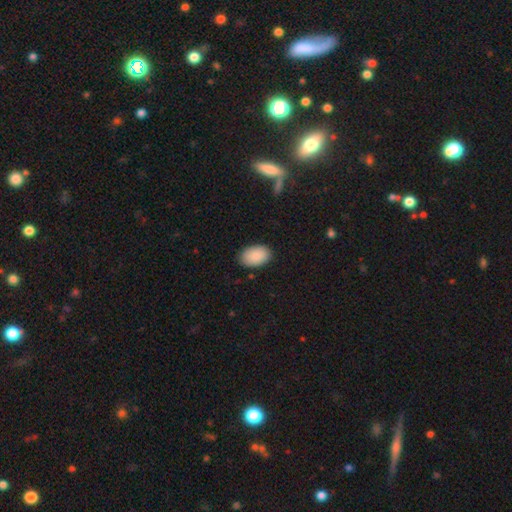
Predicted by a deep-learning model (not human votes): Smooth or featured: smooth — 90% (star or artifact — 6%)
How rounded: in between — 92% (round — 7%)
Merging: none — 87% (minor disturbance — 10%)